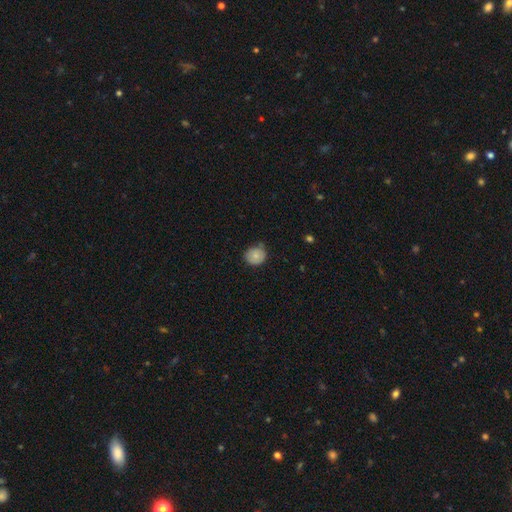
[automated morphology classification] type=smooth (79%); roundness=round (84%); merging=none (70%).